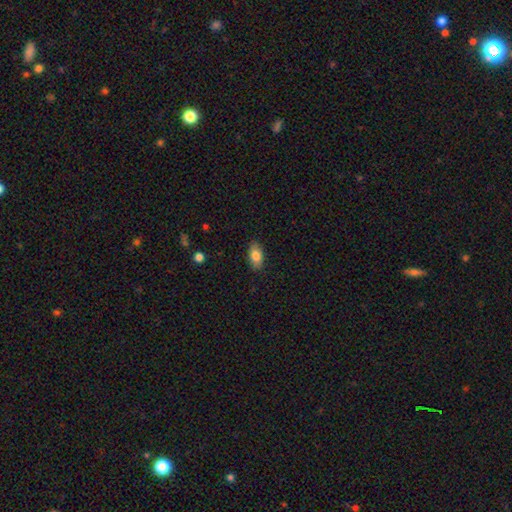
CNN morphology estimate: Smooth or featured? Predicted: smooth (p=0.82). How rounded? Predicted: in between (p=0.90). Merging? Predicted: none (p=0.86).